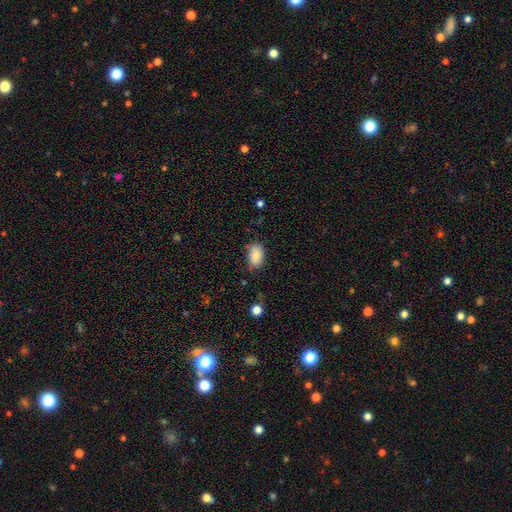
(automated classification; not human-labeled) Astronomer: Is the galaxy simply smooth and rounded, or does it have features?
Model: smooth — 83%.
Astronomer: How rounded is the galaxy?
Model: in between — 90%.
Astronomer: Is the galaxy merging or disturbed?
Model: none — 68%.